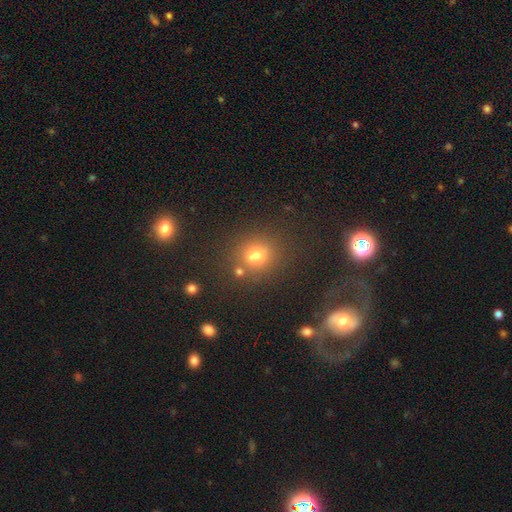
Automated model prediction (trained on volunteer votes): The model was most divided on "smooth or featured": smooth: 67%, star or artifact: 20%, featured or disk: 13%. More confident: how rounded — round (77%); merging — none (67%).